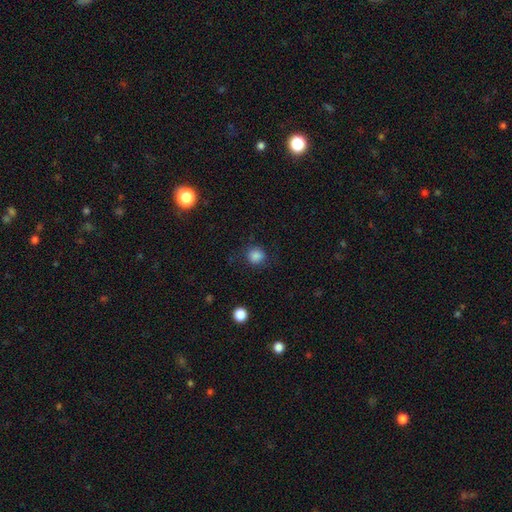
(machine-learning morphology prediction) Overall: smooth (85%). How rounded: round (89%). Merging: none (83%).